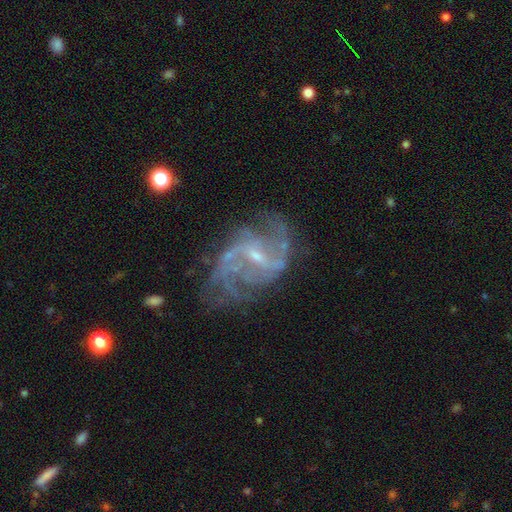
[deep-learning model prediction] smooth_or_featured: featured or disk (p=0.87) [alt: star or artifact p=0.08]
disk_edge_on: no (p=0.97) [alt: yes p=0.03]
bar: weak (p=0.53) [alt: strong p=0.26]
has_spiral_arms: yes (p=0.94) [alt: no p=0.06]
spiral_winding: medium (p=0.45) [alt: loose p=0.38]
spiral_arm_count: 2 (p=0.45) [alt: can't tell p=0.22]
bulge_size: small (p=0.72) [alt: moderate p=0.20]
merging: none (p=0.59) [alt: minor disturbance p=0.21]